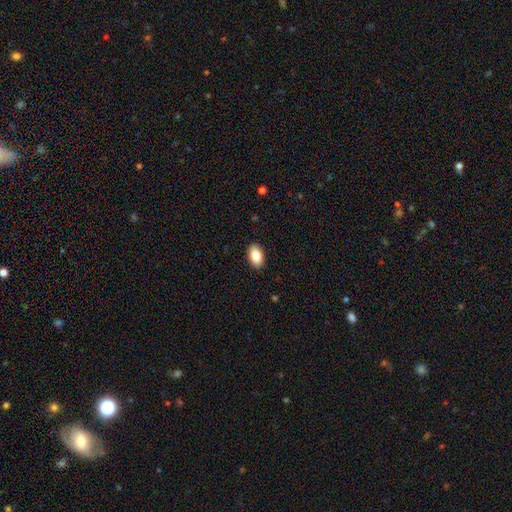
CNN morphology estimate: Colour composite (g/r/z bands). It shows a smooth galaxy with no disk features (84%) that is in between round and cigar-shaped (93%). Merging: none (90%).